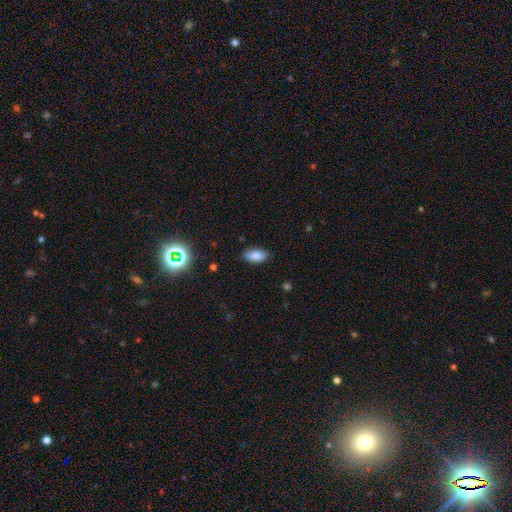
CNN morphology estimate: This is clearly a smooth galaxy (84%). How rounded: clearly in between (93%). Merging: clearly none (83%).